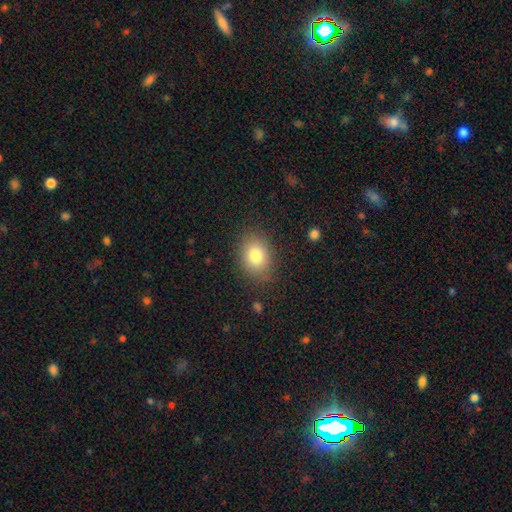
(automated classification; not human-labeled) Smooth or featured?
  - smooth: 81% *
  - featured or disk: 10%
  - star or artifact: 9%
How rounded?
  - in between: 64% *
  - round: 35%
  - cigar-shaped: 1%
Merging?
  - none: 83% *
  - minor disturbance: 12%
  - major disturbance: 4%
  - merger: 1%